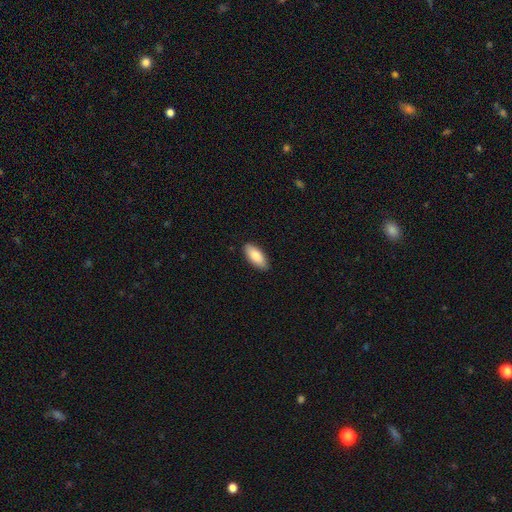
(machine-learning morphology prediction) Q: Smooth or featured?
A: smooth (82%); runner-up: featured or disk (12%)
Q: How rounded?
A: in between (86%); runner-up: cigar-shaped (12%)
Q: Merging?
A: none (88%); runner-up: minor disturbance (10%)